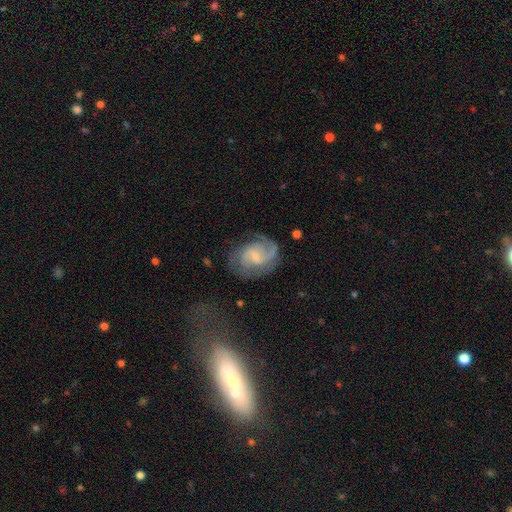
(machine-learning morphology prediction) Smooth or featured: featured or disk — 80% (smooth — 13%)
Edge-on disk: no — 98% (yes — 2%)
Bar: weak — 53% (no — 37%)
Spiral arms: yes — 95% (no — 5%)
Spiral winding: medium — 47% (tight — 33%)
Spiral arm count: 2 — 53% (can't tell — 17%)
Bulge size: small — 56% (moderate — 24%)
Merging: none — 63% (minor disturbance — 21%)